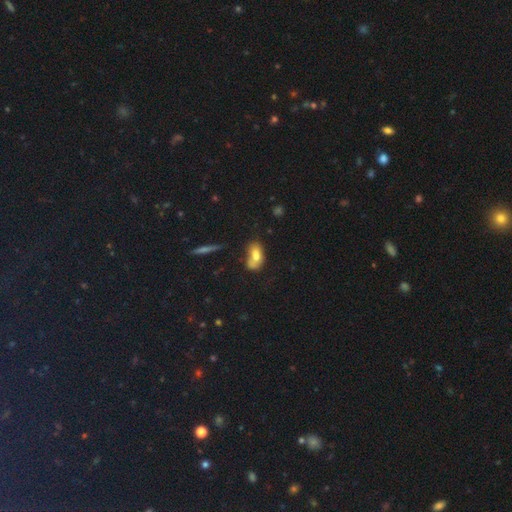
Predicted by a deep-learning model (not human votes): Smooth or featured? Predicted: smooth (p=0.68). How rounded? Predicted: in between (p=0.85). Merging? Predicted: merger (p=0.37).